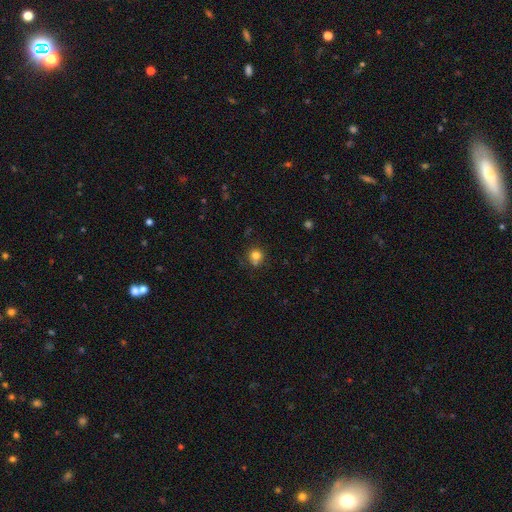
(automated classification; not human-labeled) smooth_or_featured: smooth (p=0.78) [alt: star or artifact p=0.13]
how_rounded: round (p=0.86) [alt: in between p=0.13]
merging: none (p=0.63) [alt: merger p=0.18]